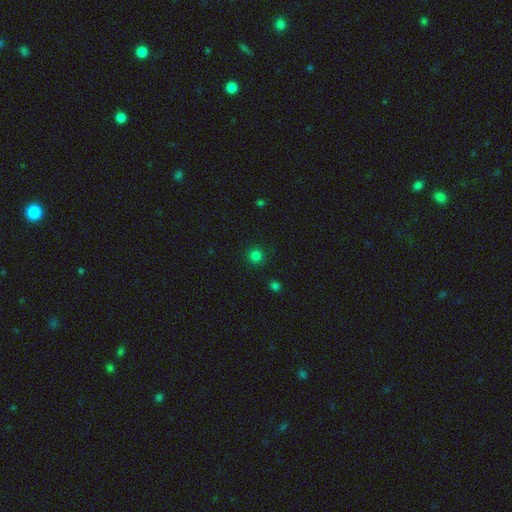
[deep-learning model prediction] Smooth or featured?
  - smooth: 80% *
  - star or artifact: 16%
  - featured or disk: 4%
How rounded?
  - round: 95% *
  - in between: 4%
  - cigar-shaped: 1%
Merging?
  - none: 91% *
  - minor disturbance: 5%
  - major disturbance: 2%
  - merger: 1%